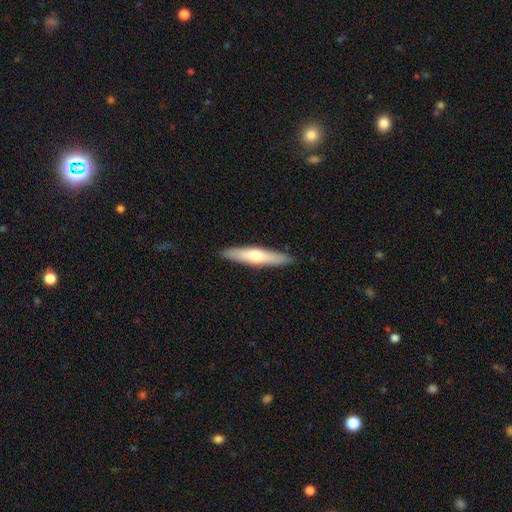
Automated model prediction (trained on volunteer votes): Overall: smooth (55%; featured or disk 39%). How rounded: cigar-shaped (84%). Merging: none (90%).